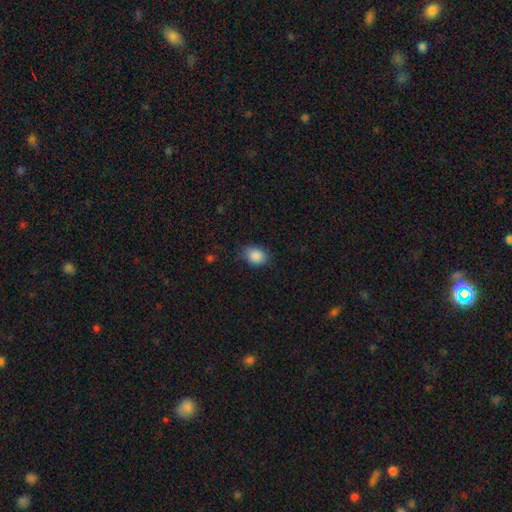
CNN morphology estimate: smooth_or_featured: smooth (p=0.88) [alt: star or artifact p=0.08]
how_rounded: in between (p=0.67) [alt: round p=0.32]
merging: none (p=0.78) [alt: minor disturbance p=0.17]